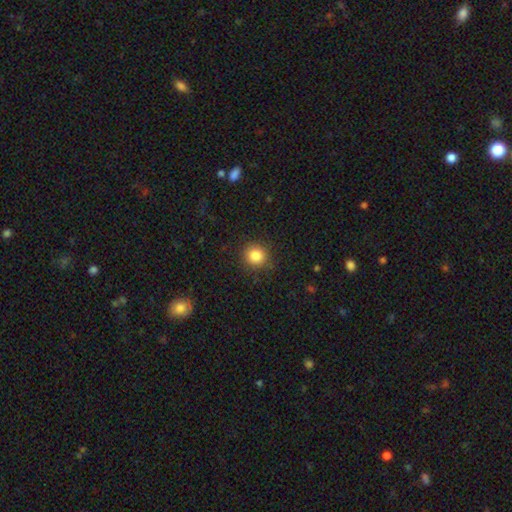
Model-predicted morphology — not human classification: Smooth or featured? smooth (85%)
How rounded? round (91%)
Merging? none (87%)